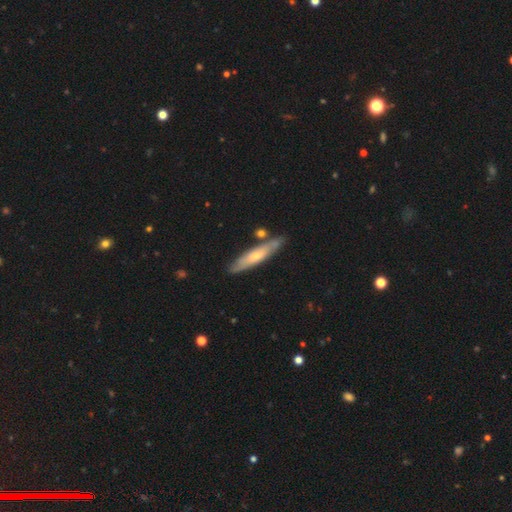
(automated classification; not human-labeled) Smooth or featured?
  - smooth: 48% *
  - featured or disk: 47%
  - star or artifact: 5%
Merging?
  - none: 80% *
  - minor disturbance: 12%
  - merger: 6%
  - major disturbance: 2%